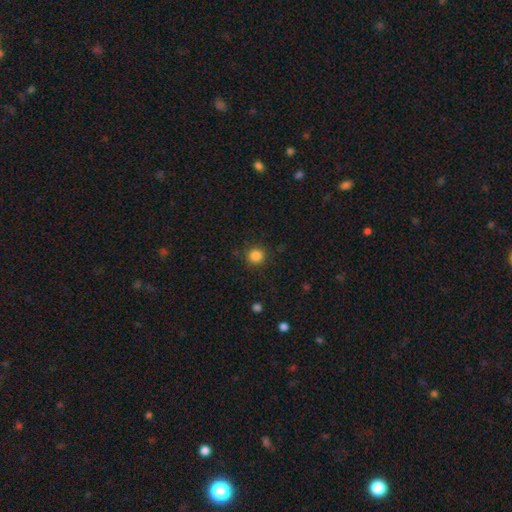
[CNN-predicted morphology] Overall: smooth (85%). How rounded: round (94%). Merging: none (89%).